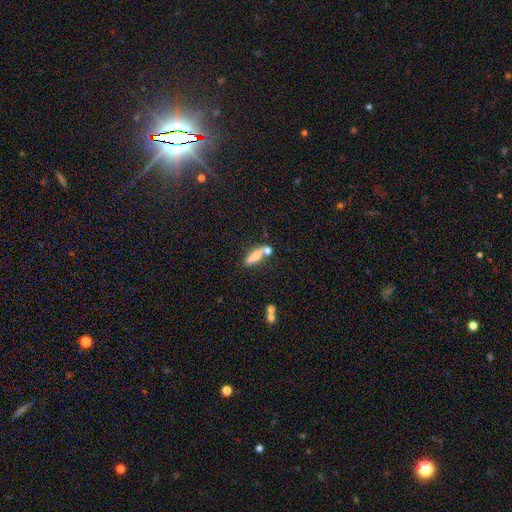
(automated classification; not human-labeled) A smooth galaxy with no disk features (54%) that is cigar-shaped (51%). Merging: none (52%).